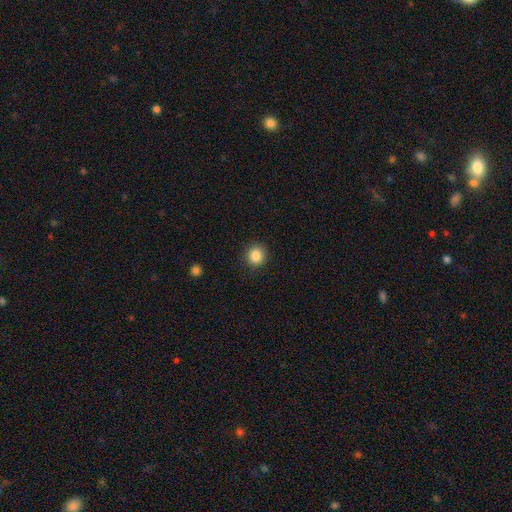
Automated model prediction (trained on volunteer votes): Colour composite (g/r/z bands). It shows a smooth galaxy with no disk features (86%) that is round (89%). Merging: none (89%).